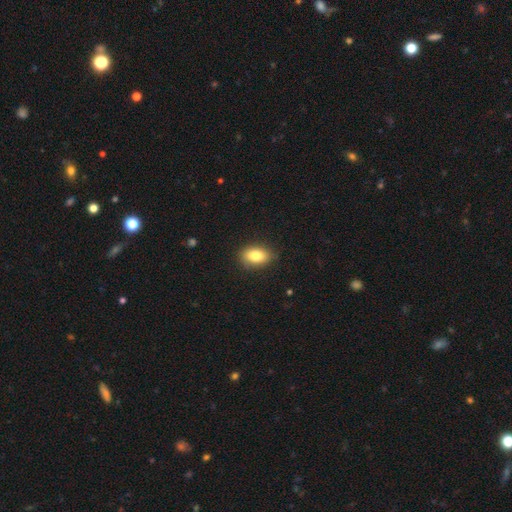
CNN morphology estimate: This appears to be a smooth galaxy with no disk features (82%) that is in between round and cigar-shaped (86%). Merging: none (83%).